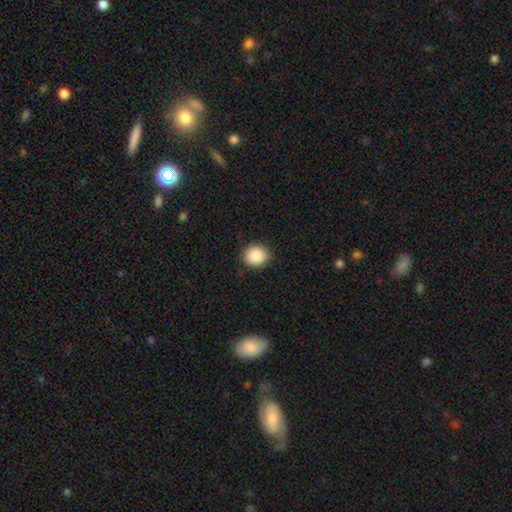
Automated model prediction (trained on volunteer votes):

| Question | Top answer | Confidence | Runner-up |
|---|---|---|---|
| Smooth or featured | smooth | 88% | star or artifact (8%) |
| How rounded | round | 82% | in between (18%) |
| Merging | none | 88% | minor disturbance (9%) |